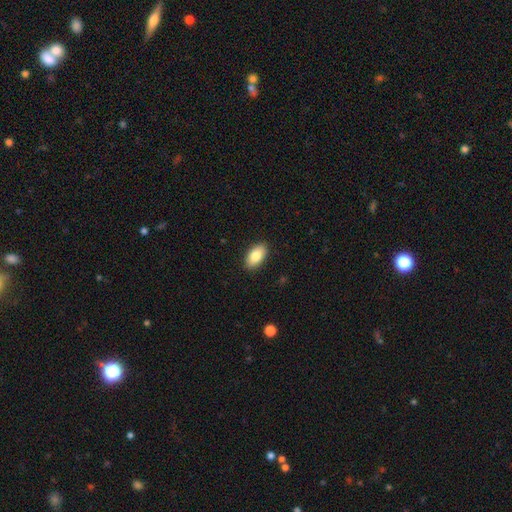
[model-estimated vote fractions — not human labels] This is clearly a smooth galaxy (83%). How rounded: clearly in between (94%). Merging: clearly none (89%).